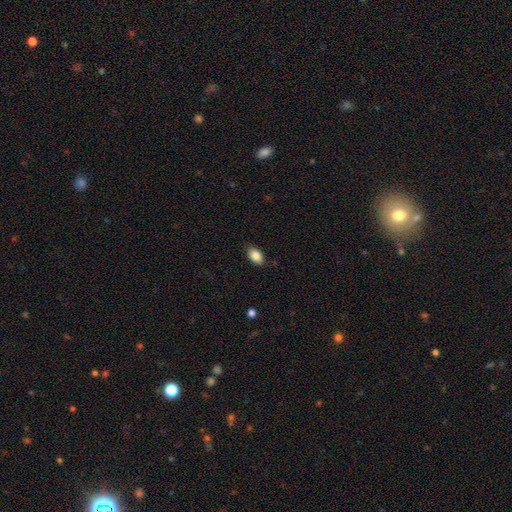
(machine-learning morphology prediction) A smooth galaxy with no disk features (87%) that is in between round and cigar-shaped (89%).

Vote fractions:
- Smooth or featured? smooth: 87% / star or artifact: 8% / featured or disk: 5%
- How rounded? in between: 89% / round: 10% / cigar-shaped: 1%
- Merging? none: 87% / minor disturbance: 10% / major disturbance: 2% / merger: 1%